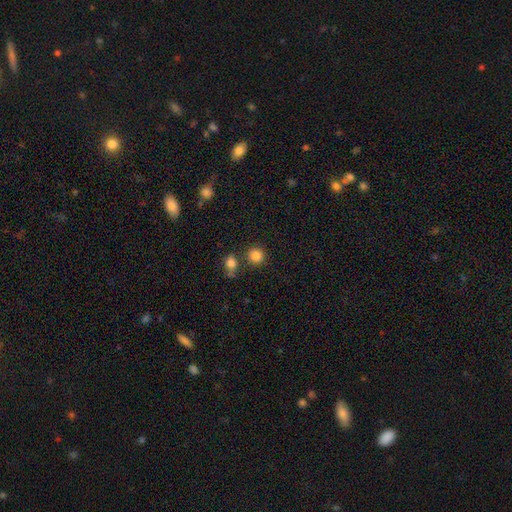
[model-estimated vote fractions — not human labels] Smooth or featured? Predicted: smooth (p=0.85). How rounded? Predicted: round (p=0.90). Merging? Predicted: none (p=0.78).